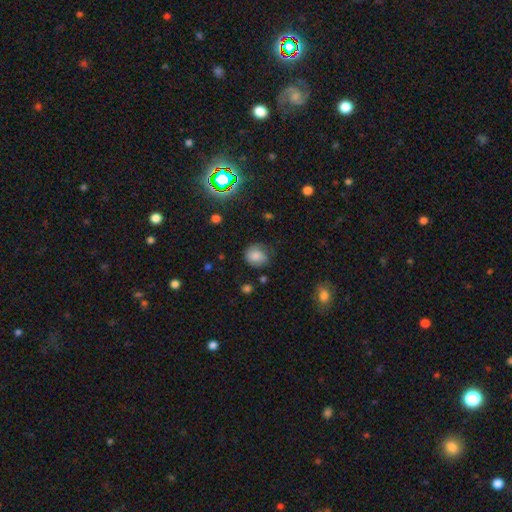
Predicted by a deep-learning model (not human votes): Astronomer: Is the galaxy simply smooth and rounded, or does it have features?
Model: smooth — 69%.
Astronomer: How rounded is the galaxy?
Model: round — 70%.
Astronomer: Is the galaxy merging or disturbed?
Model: none — 59%.